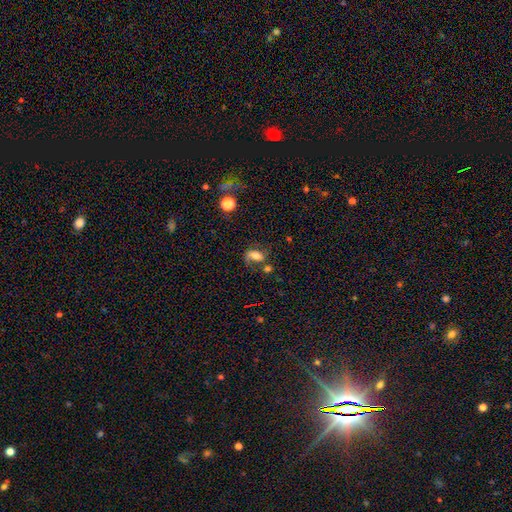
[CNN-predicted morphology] Smooth or featured?
  - smooth: 53% *
  - featured or disk: 34%
  - star or artifact: 12%
How rounded?
  - in between: 80% *
  - round: 14%
  - cigar-shaped: 6%
Merging?
  - none: 42% *
  - major disturbance: 22%
  - minor disturbance: 21%
  - merger: 15%